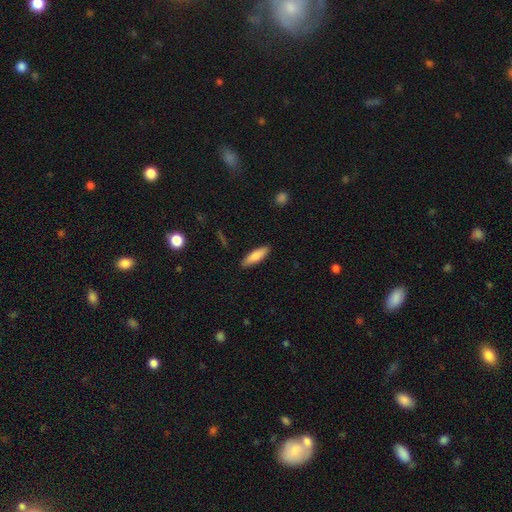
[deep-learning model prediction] Q: Smooth or featured?
A: smooth (82%); runner-up: featured or disk (12%)
Q: How rounded?
A: cigar-shaped (54%); runner-up: in between (44%)
Q: Merging?
A: none (88%); runner-up: minor disturbance (9%)